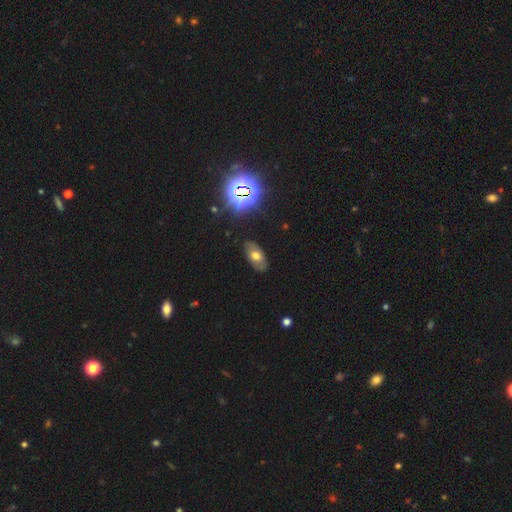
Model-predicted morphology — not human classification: smooth_or_featured: smooth (p=0.53) [alt: featured or disk p=0.27]
how_rounded: in between (p=0.91) [alt: round p=0.05]
merging: none (p=0.82) [alt: minor disturbance p=0.13]